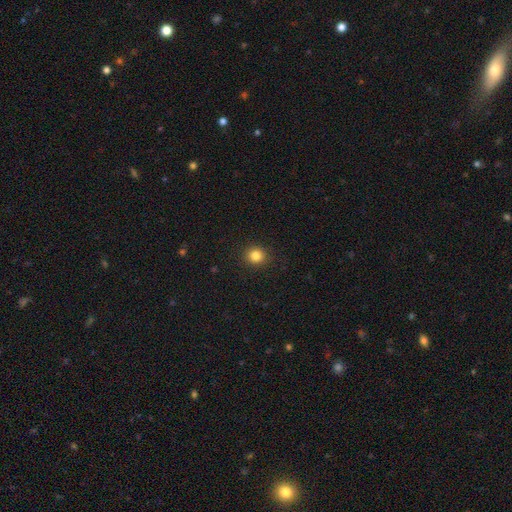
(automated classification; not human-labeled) This is clearly a smooth galaxy (84%). How rounded: clearly round (89%). Merging: clearly none (91%).